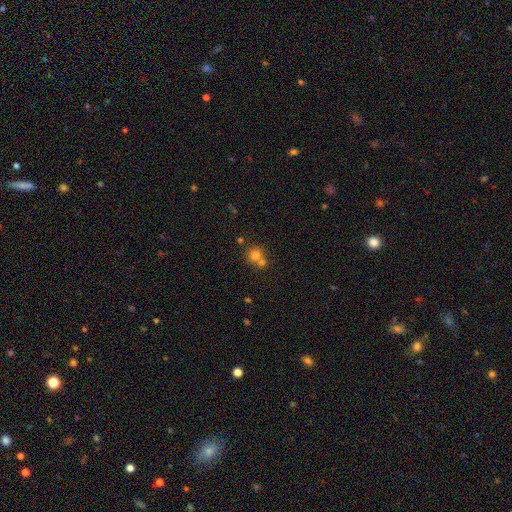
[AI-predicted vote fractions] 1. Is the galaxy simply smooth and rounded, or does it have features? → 70% smooth, 18% star or artifact, 12% featured or disk.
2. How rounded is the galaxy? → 85% round, 14% in between, 1% cigar-shaped.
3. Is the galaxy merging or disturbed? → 50% none, 40% merger, 7% minor disturbance, 3% major disturbance.